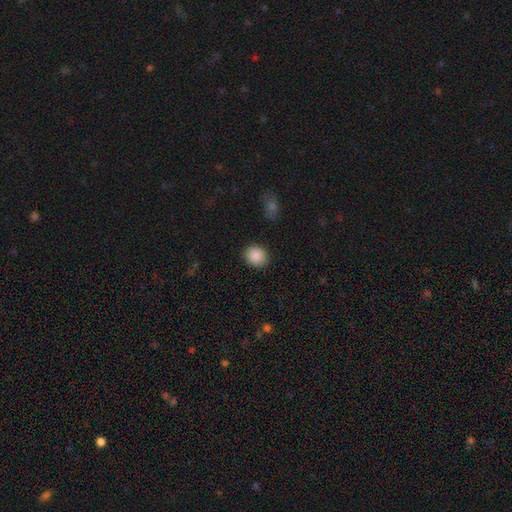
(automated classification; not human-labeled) A smooth galaxy with no disk features (89%) that is round (79%).

Vote fractions:
- Smooth or featured? smooth: 89% / star or artifact: 8% / featured or disk: 3%
- How rounded? round: 79% / in between: 20% / cigar-shaped: 1%
- Merging? none: 89% / minor disturbance: 7% / major disturbance: 2% / merger: 1%